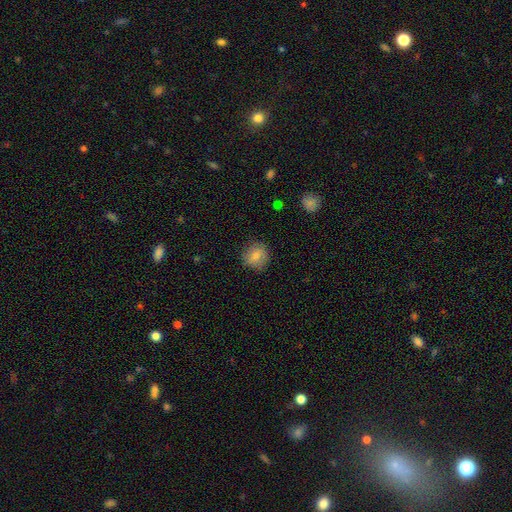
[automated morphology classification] Q: Smooth or featured?
A: smooth (78%); runner-up: featured or disk (13%)
Q: How rounded?
A: round (88%); runner-up: in between (11%)
Q: Merging?
A: none (86%); runner-up: minor disturbance (11%)